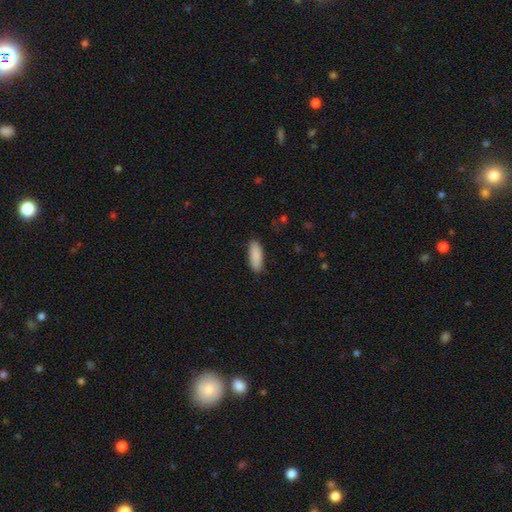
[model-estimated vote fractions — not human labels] Smooth or featured?
  - smooth: 89% *
  - star or artifact: 6%
  - featured or disk: 5%
How rounded?
  - in between: 71% *
  - cigar-shaped: 28%
  - round: 2%
Merging?
  - none: 86% *
  - minor disturbance: 11%
  - major disturbance: 2%
  - merger: 1%